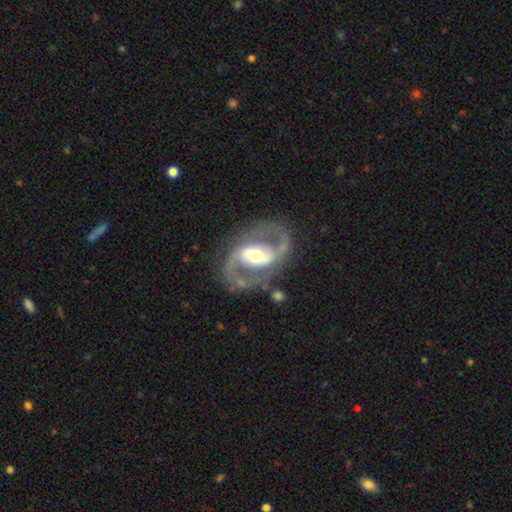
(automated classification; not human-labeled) Smooth or featured: featured or disk — 88% (smooth — 7%)
Edge-on disk: no — 97% (yes — 3%)
Bar: strong — 46% (weak — 33%)
Spiral arms: yes — 90% (no — 10%)
Spiral winding: medium — 58% (loose — 25%)
Spiral arm count: 2 — 92% (can't tell — 3%)
Bulge size: moderate — 65% (small — 16%)
Merging: none — 78% (minor disturbance — 12%)